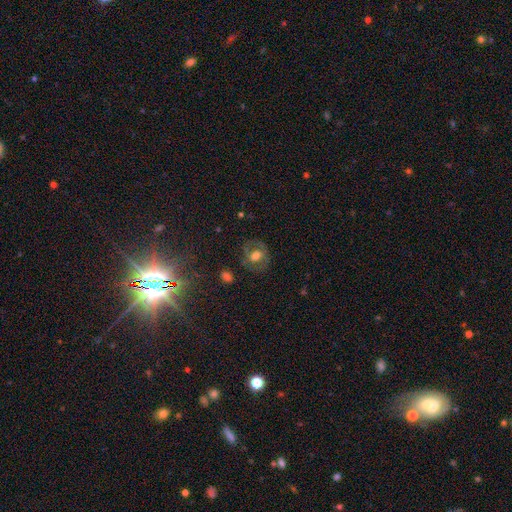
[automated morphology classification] smooth_or_featured: featured or disk (p=0.47) [alt: smooth p=0.43]
merging: none (p=0.73) [alt: minor disturbance p=0.16]